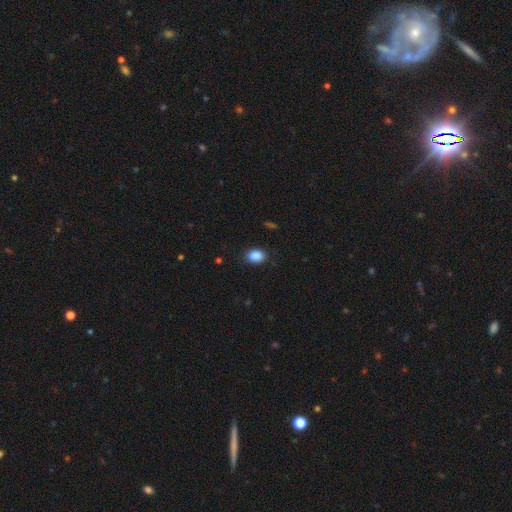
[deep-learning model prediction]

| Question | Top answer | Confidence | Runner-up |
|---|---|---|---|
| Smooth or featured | smooth | 88% | star or artifact (8%) |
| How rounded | in between | 74% | round (25%) |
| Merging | none | 87% | minor disturbance (10%) |